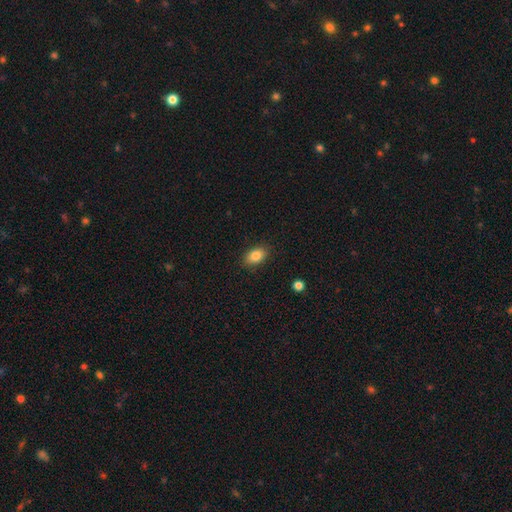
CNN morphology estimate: The model was most divided on "how rounded": in between: 86%, round: 12%, cigar-shaped: 2%. More confident: merging — none (87%); smooth or featured — smooth (85%).